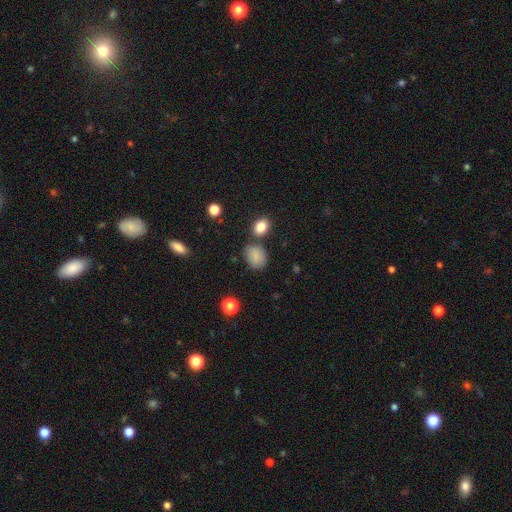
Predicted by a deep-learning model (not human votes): This appears to be a smooth galaxy with no disk features (83%) that is in between round and cigar-shaped (53%). Merging: none (68%).